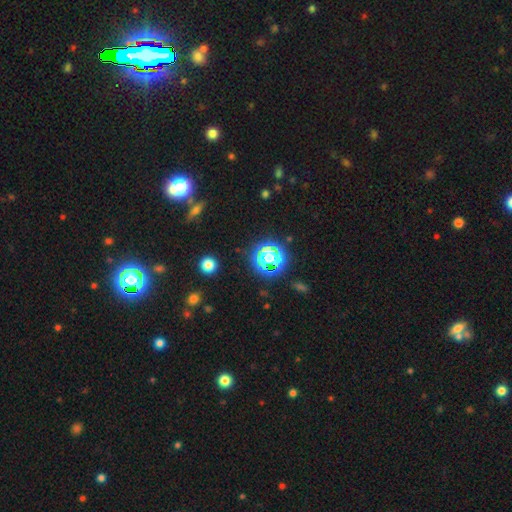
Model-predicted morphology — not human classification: Smooth or featured? Predicted: star or artifact (p=0.72).